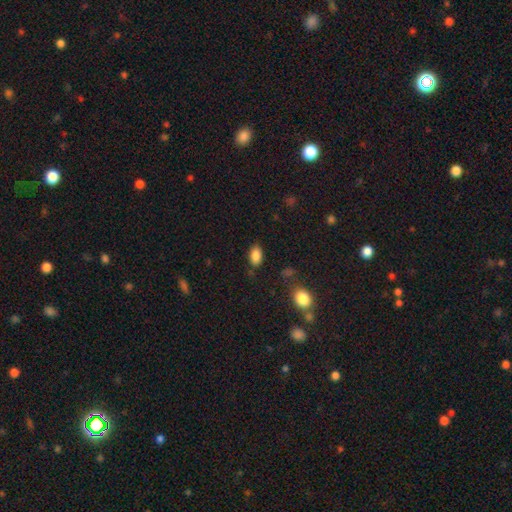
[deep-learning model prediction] This is clearly a smooth galaxy (87%). How rounded: clearly in between (91%). Merging: clearly none (81%).